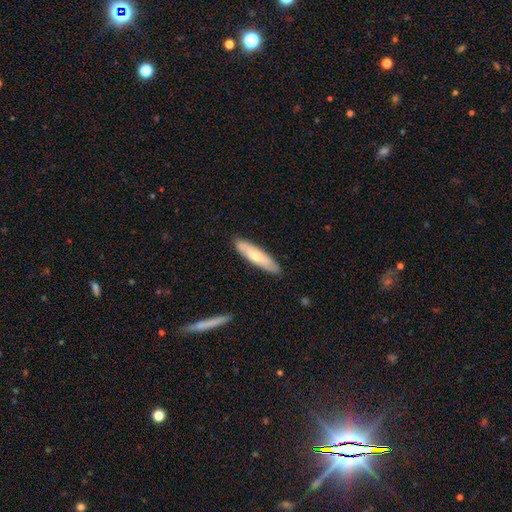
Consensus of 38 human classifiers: smooth-or-featured: smooth: 61% | featured or disk: 37% | star or artifact: 3%
  how-rounded: cigar-shaped: 65% | in between: 35% | round: 0%
  merging: none: 86% | minor disturbance: 11% | major disturbance: 3% | merger: 0%